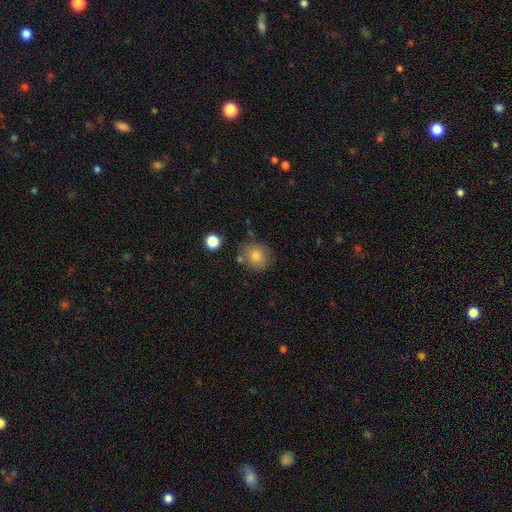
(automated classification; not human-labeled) smooth 79%, star or artifact 11%, featured or disk 10%. Down the decision tree: how rounded — round (81%); merging — none (78%).